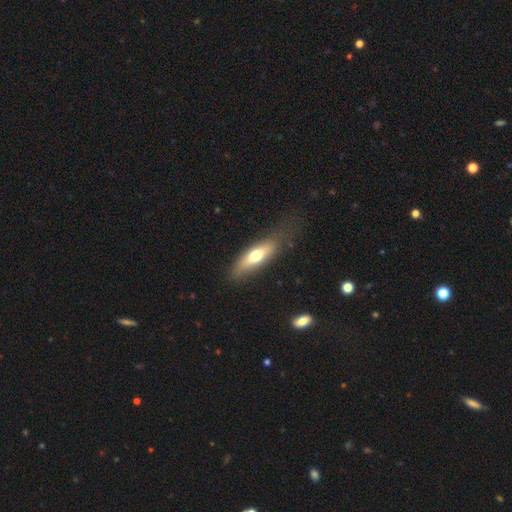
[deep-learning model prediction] smooth_or_featured: smooth (p=0.61) [alt: featured or disk p=0.33]
how_rounded: cigar-shaped (p=0.52) [alt: in between p=0.46]
merging: none (p=0.74) [alt: minor disturbance p=0.17]